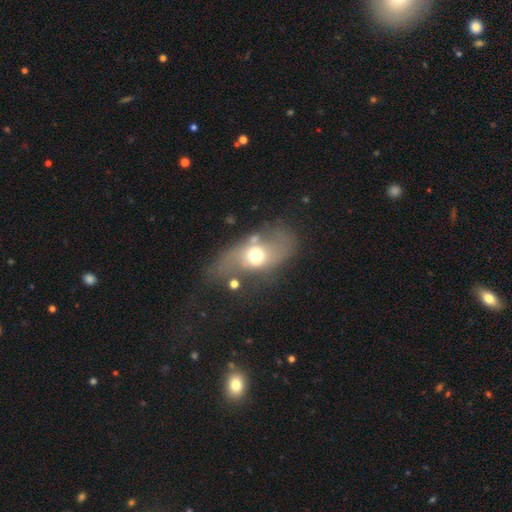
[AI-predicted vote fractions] Smooth or featured? Predicted: featured or disk (p=0.46). Merging? Predicted: none (p=0.47).